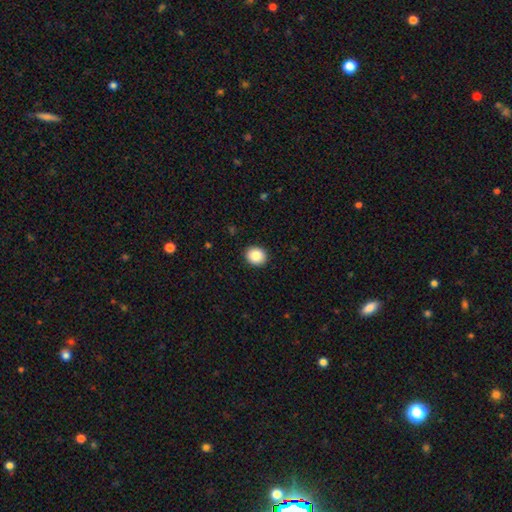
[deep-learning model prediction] smooth_or_featured: smooth (p=0.88) [alt: star or artifact p=0.08]
how_rounded: round (p=0.75) [alt: in between p=0.24]
merging: none (p=0.91) [alt: minor disturbance p=0.06]